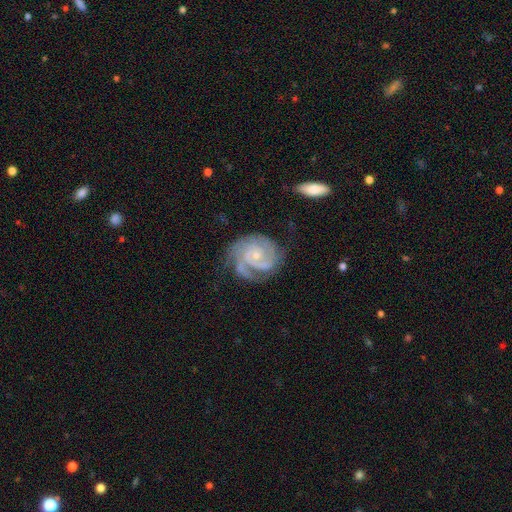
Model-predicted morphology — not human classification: This is clearly a featured or disk galaxy (89%). It is clearly not viewed edge-on (98%). Bar: likely no (69%). Spiral arm pattern: clearly yes (97%). Spiral arm count: marginally 2 (41%). Spiral winding: likely tight (67%). Central bulge: likely small (76%). Merging: likely none (63%).